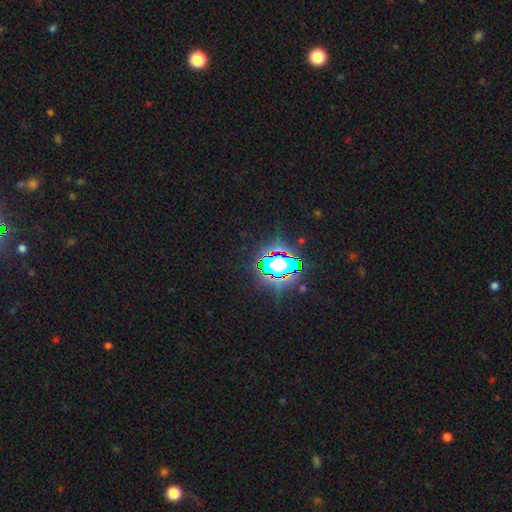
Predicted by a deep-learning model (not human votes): Smooth or featured? star or artifact (84%)